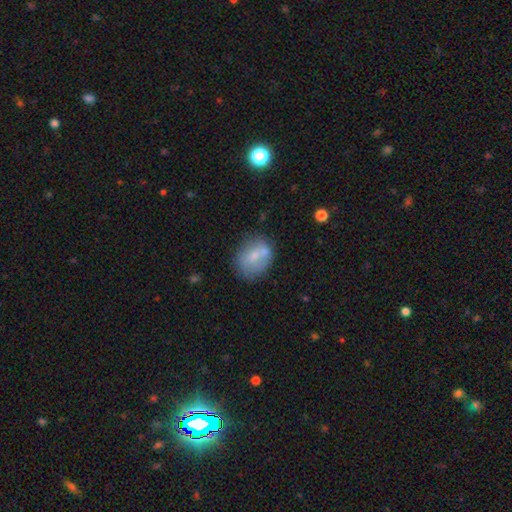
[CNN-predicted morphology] The model was most divided on "how rounded": in between: 57%, round: 41%, cigar-shaped: 2%. More confident: smooth or featured — smooth (61%); merging — none (52%).